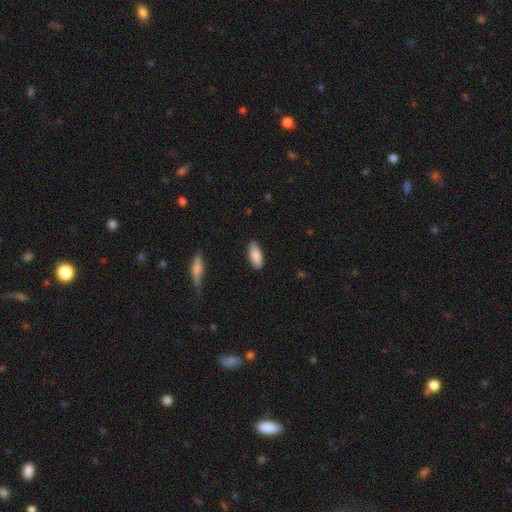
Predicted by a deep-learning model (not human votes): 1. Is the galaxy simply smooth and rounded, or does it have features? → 87% smooth, 7% featured or disk, 6% star or artifact.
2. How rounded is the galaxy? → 87% in between, 11% cigar-shaped, 2% round.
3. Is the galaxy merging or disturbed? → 82% none, 14% minor disturbance, 2% major disturbance, 1% merger.